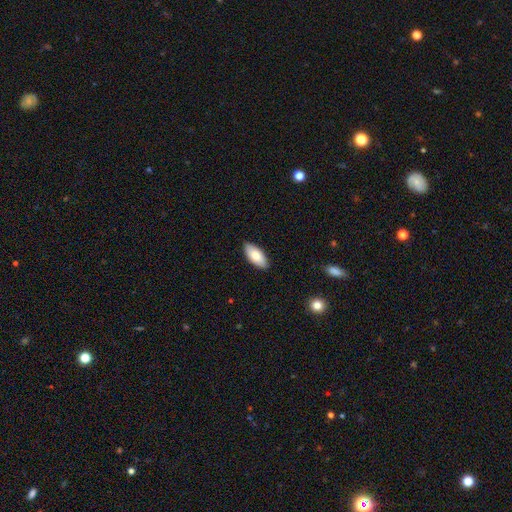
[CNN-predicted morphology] Overall: smooth (80%). How rounded: in between (90%). Merging: none (89%).